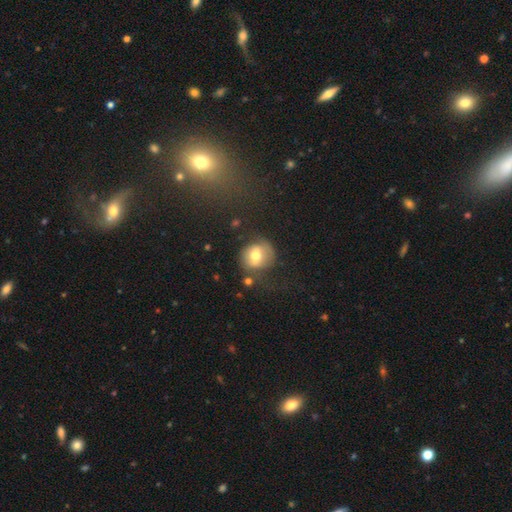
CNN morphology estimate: smooth 60%, featured or disk 31%, star or artifact 9%. Down the decision tree: how rounded — round (76%); merging — none (57%).